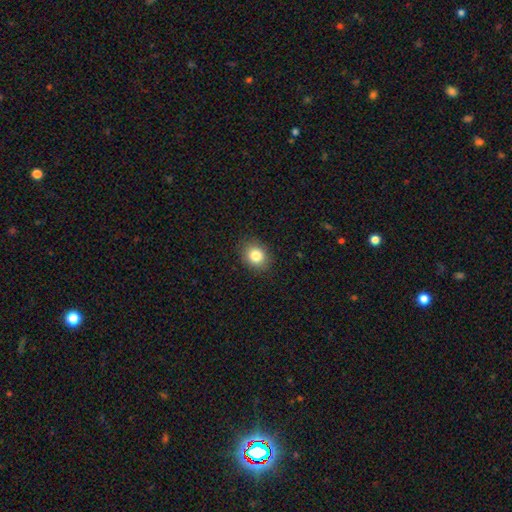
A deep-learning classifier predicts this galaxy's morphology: smooth-or-featured: smooth: 83% | star or artifact: 10% | featured or disk: 7%
  how-rounded: round: 59% | in between: 40% | cigar-shaped: 1%
  merging: none: 88% | minor disturbance: 8% | major disturbance: 2% | merger: 1%